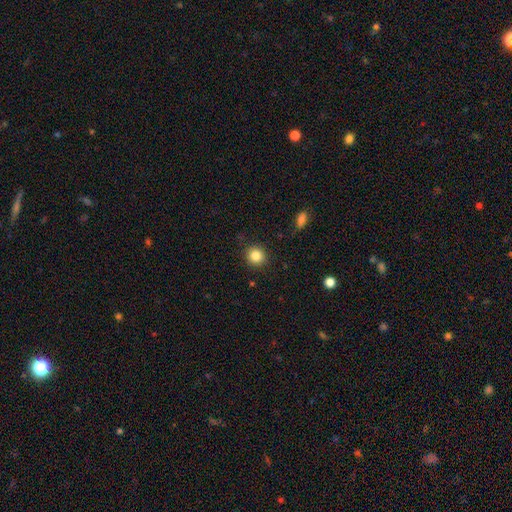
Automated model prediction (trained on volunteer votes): Smooth or featured? Predicted: smooth (p=0.84). How rounded? Predicted: round (p=0.92). Merging? Predicted: none (p=0.91).